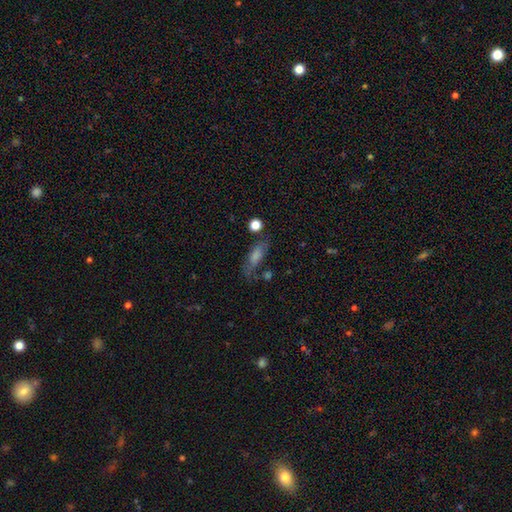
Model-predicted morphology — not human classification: smooth-or-featured: smooth: 50% | featured or disk: 30% | star or artifact: 19%
  how-rounded: in between: 57% | cigar-shaped: 36% | round: 7%
  merging: none: 62% | minor disturbance: 20% | major disturbance: 11% | merger: 7%